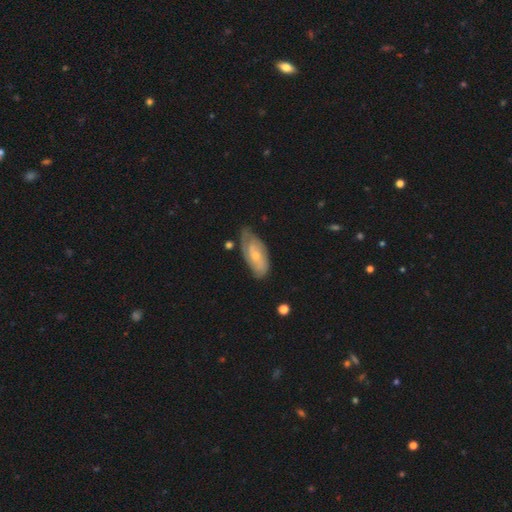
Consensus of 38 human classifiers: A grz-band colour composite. It shows a featured or disk galaxy (76%) with no bar (86%), 2 (64%) tight (59%) spiral arms (79%) and a small central bulge (68%). Merging: none (53%).